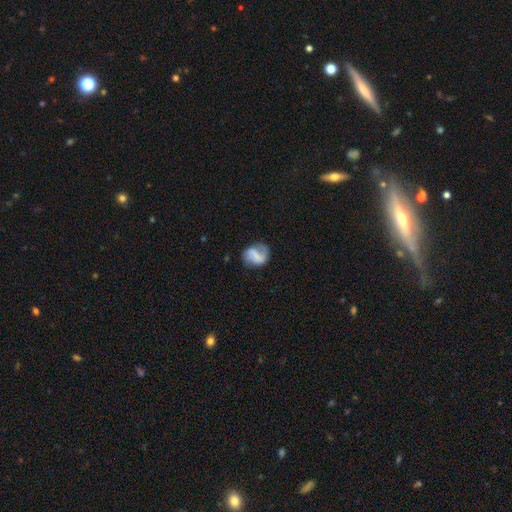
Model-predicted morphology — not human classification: type=featured or disk (54%); edge-on=no (97%); bar=strong (43%); spiral arms=yes (73%); bulge=none (55%); merging=none (60%).